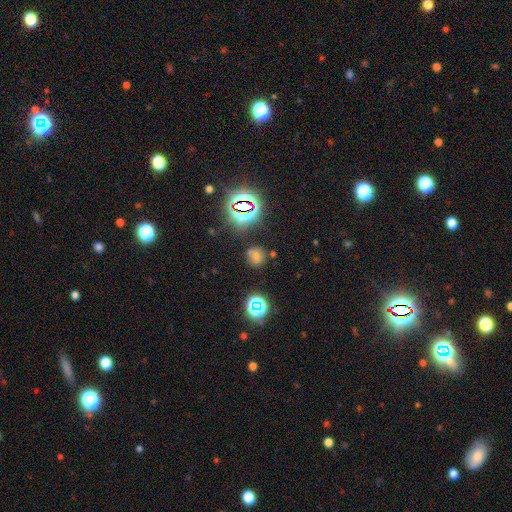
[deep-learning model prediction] Smooth or featured?
  - smooth: 58% *
  - star or artifact: 32%
  - featured or disk: 9%
How rounded?
  - round: 76% *
  - in between: 23%
  - cigar-shaped: 1%
Merging?
  - none: 75% *
  - minor disturbance: 15%
  - major disturbance: 5%
  - merger: 5%